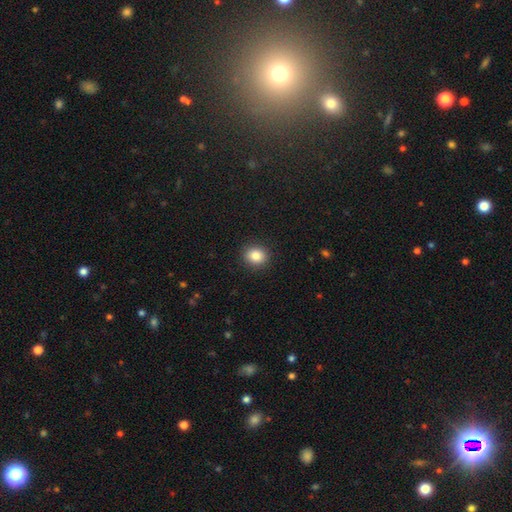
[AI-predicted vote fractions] Smooth or featured? Predicted: smooth (p=0.85). How rounded? Predicted: round (p=0.75). Merging? Predicted: none (p=0.91).